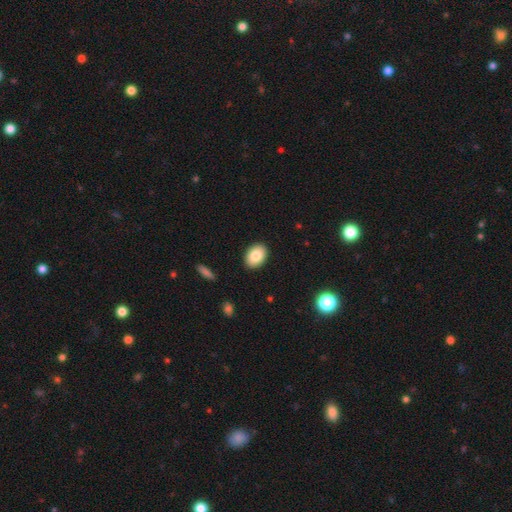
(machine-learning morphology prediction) Smooth or featured: smooth — 84% (featured or disk — 9%)
How rounded: in between — 78% (round — 21%)
Merging: none — 90% (minor disturbance — 7%)